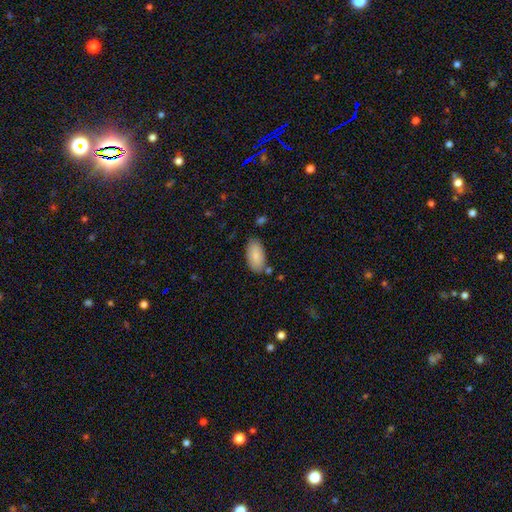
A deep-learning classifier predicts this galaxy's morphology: Overall: smooth (84%). How rounded: in between (95%). Merging: none (78%).